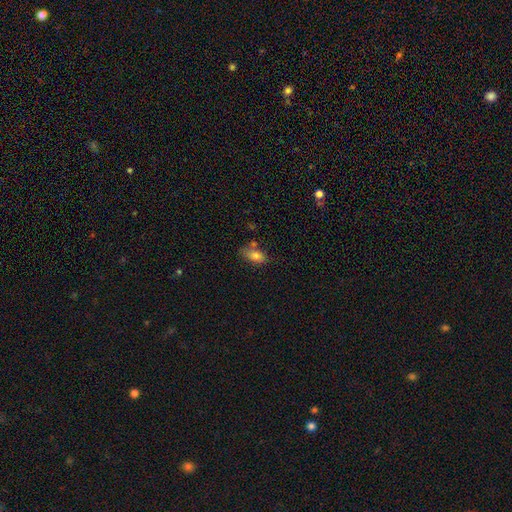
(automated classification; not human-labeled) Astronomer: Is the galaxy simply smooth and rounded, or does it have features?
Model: smooth — 80%.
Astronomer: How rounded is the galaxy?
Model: in between — 89%.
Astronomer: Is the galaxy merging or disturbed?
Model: none — 60%.